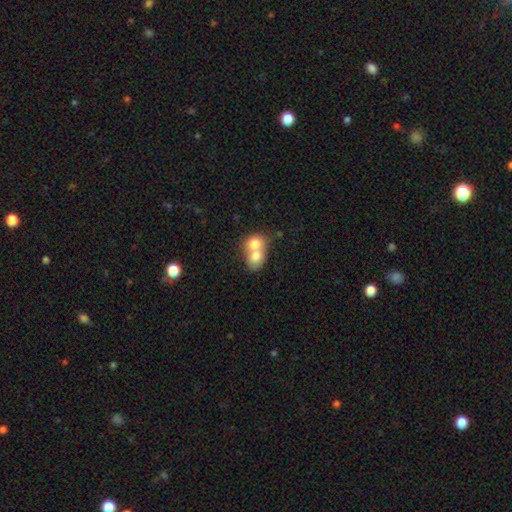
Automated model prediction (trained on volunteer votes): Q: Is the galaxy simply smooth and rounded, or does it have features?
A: smooth — 73%.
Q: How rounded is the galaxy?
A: round — 53%.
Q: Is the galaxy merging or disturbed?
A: merger — 75%.